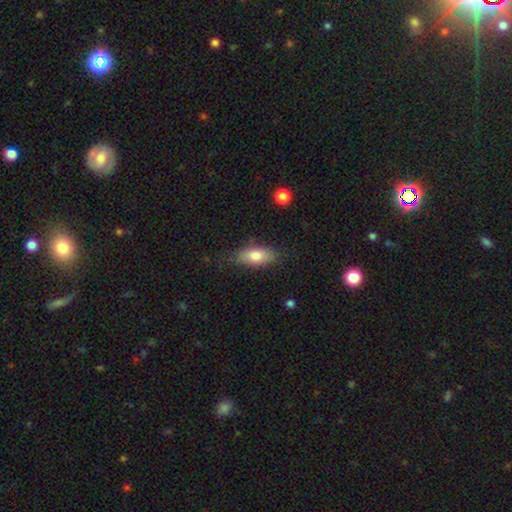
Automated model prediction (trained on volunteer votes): Morphology: type=smooth (77%); roundness=in between (84%); merging=none (77%).